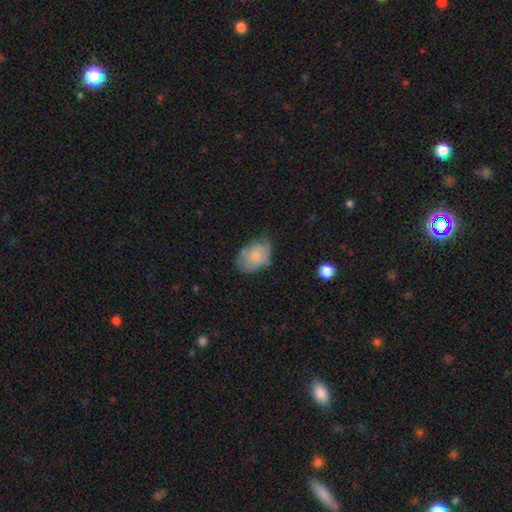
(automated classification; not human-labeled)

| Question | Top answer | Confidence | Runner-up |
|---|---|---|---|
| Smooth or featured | smooth | 68% | featured or disk (25%) |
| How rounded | in between | 83% | round (16%) |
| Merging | none | 45% | minor disturbance (39%) |